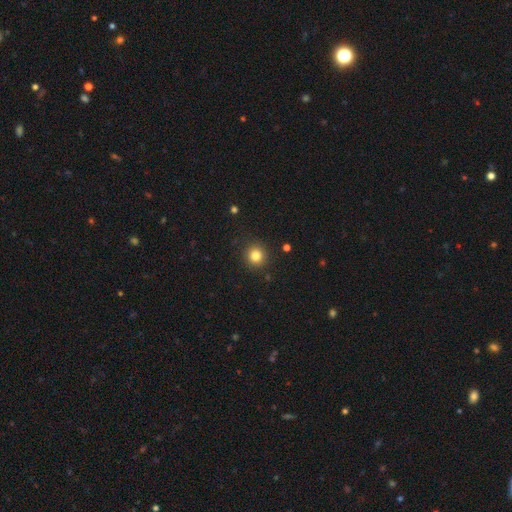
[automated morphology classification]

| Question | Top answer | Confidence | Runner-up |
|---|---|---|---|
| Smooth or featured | smooth | 83% | star or artifact (12%) |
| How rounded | round | 93% | in between (6%) |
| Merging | none | 90% | minor disturbance (6%) |